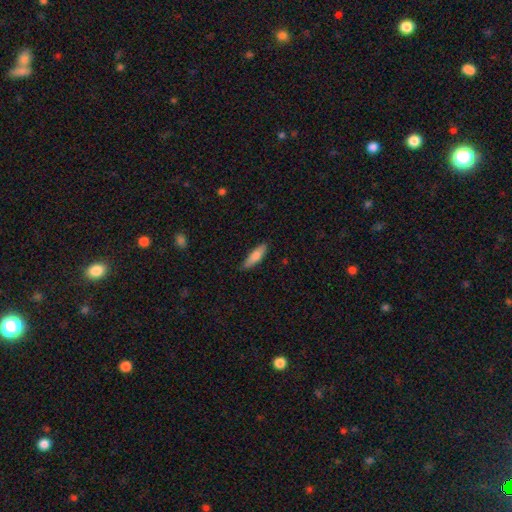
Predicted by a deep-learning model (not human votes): The model was most divided on "how rounded": cigar-shaped: 62%, in between: 37%, round: 2%. More confident: merging — none (84%); smooth or featured — smooth (78%).